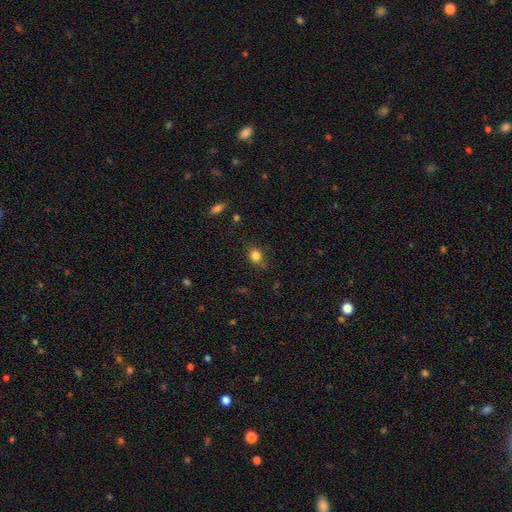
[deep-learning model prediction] This appears to be a smooth galaxy with no disk features (81%) that is round (64%). Merging: none (73%).